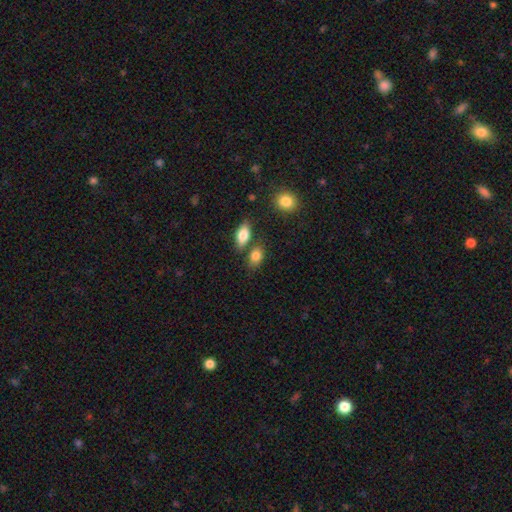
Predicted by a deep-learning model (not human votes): smooth 84%, star or artifact 9%, featured or disk 7%. Down the decision tree: how rounded — in between (77%); merging — none (63%).